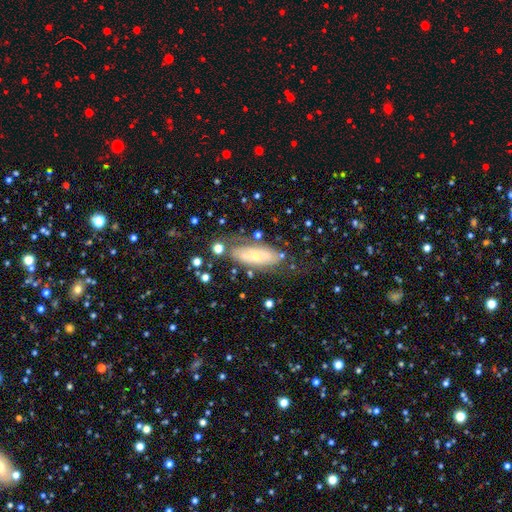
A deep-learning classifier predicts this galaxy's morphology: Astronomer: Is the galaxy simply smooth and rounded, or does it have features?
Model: featured or disk — 60%.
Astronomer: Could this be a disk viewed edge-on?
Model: no — 83%.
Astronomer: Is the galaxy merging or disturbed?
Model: none — 62%.